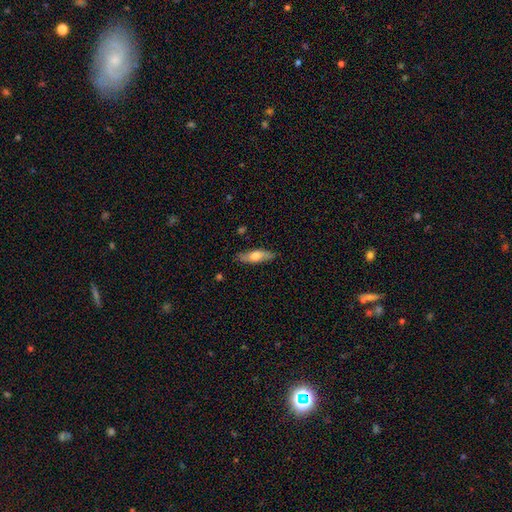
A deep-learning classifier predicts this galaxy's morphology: The model was most divided on "how rounded" (2-way tie): cigar-shaped: 49%, in between: 49%, round: 2%. More confident: merging — none (82%); smooth or featured — smooth (59%).